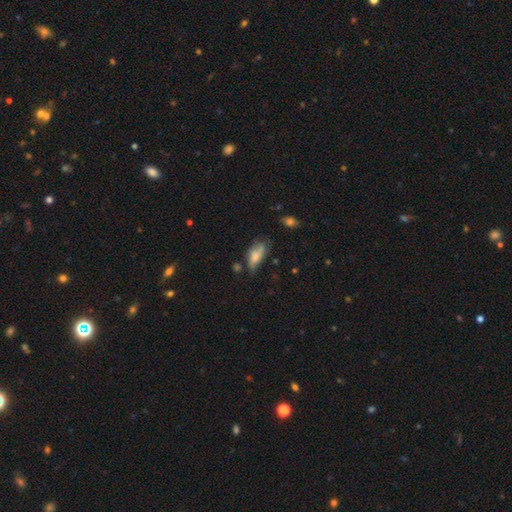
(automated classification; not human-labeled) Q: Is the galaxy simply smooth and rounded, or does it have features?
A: smooth — 65%.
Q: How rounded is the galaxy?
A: in between — 81%.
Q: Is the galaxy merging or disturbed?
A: minor disturbance — 33%.